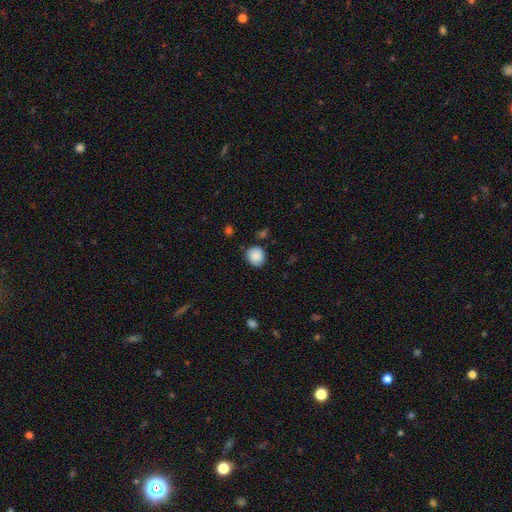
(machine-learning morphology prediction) This appears to be a smooth galaxy with no disk features (87%) that is round (84%). Merging: none (81%).